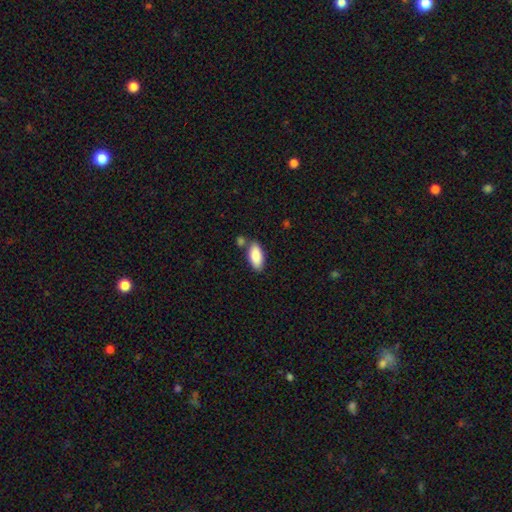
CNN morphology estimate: Smooth or featured? Predicted: smooth (p=0.88). How rounded? Predicted: in between (p=0.90). Merging? Predicted: none (p=0.68).